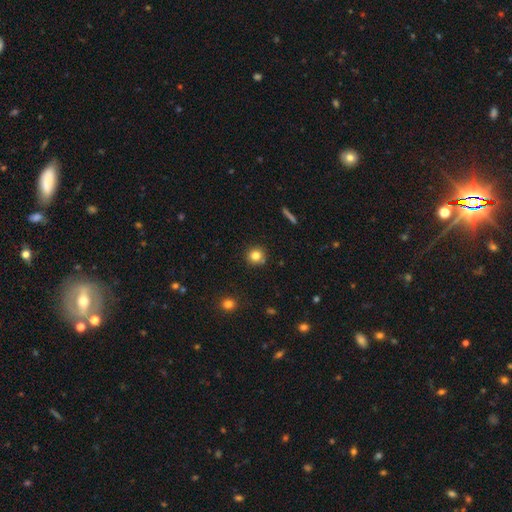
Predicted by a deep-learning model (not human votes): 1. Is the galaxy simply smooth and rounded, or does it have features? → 81% smooth, 12% star or artifact, 8% featured or disk.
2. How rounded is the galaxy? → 92% round, 7% in between, 1% cigar-shaped.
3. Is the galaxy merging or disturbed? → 86% none, 9% minor disturbance, 3% merger, 2% major disturbance.